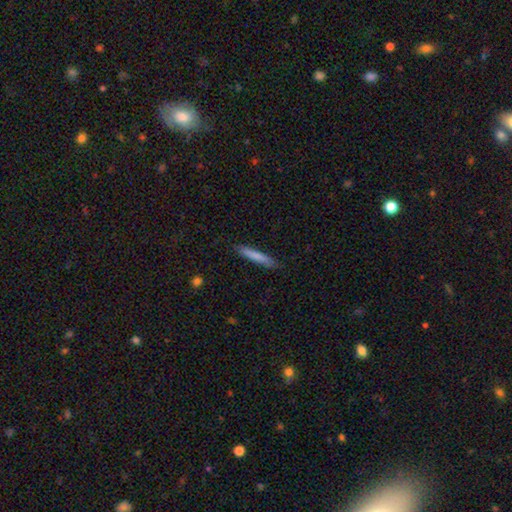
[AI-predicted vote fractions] A smooth galaxy with no disk features (78%) that is cigar-shaped (93%).

Vote fractions:
- Smooth or featured? smooth: 78% / featured or disk: 16% / star or artifact: 6%
- How rounded? cigar-shaped: 93% / in between: 6% / round: 1%
- Merging? none: 87% / minor disturbance: 10% / major disturbance: 2% / merger: 1%